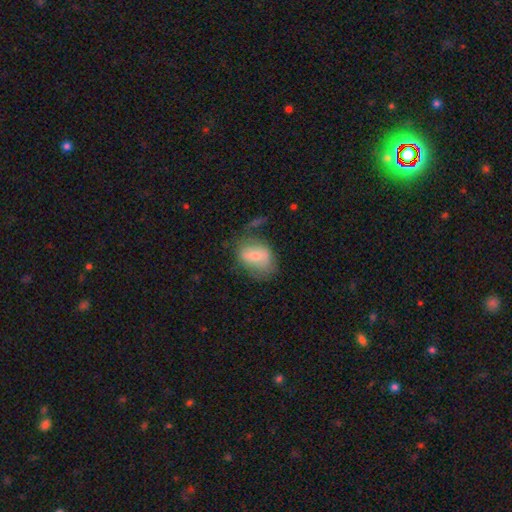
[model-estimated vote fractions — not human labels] This appears to be a smooth galaxy with no disk features (61%) that is in between round and cigar-shaped (75%). Merging: none (48%).